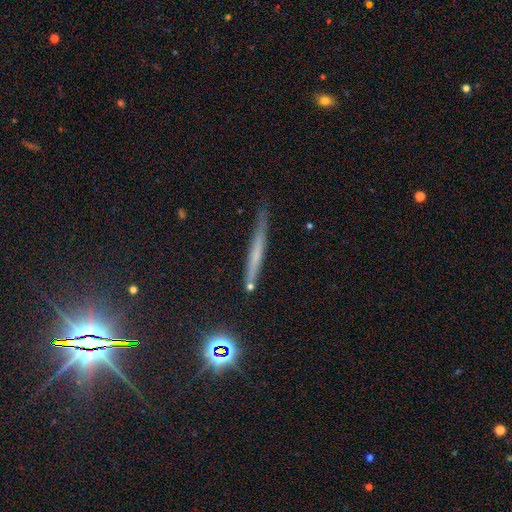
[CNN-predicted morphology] smooth-or-featured: smooth: 43% | featured or disk: 39% | star or artifact: 18%
  merging: none: 75% | minor disturbance: 18% | major disturbance: 4% | merger: 3%